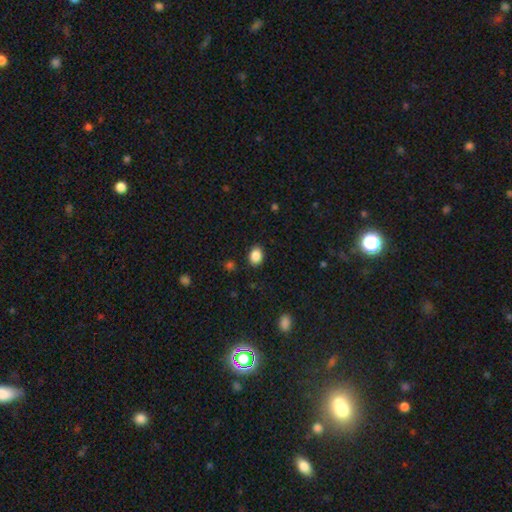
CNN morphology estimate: This appears to be a smooth galaxy with no disk features (87%) that is in between round and cigar-shaped (63%). Merging: none (88%).